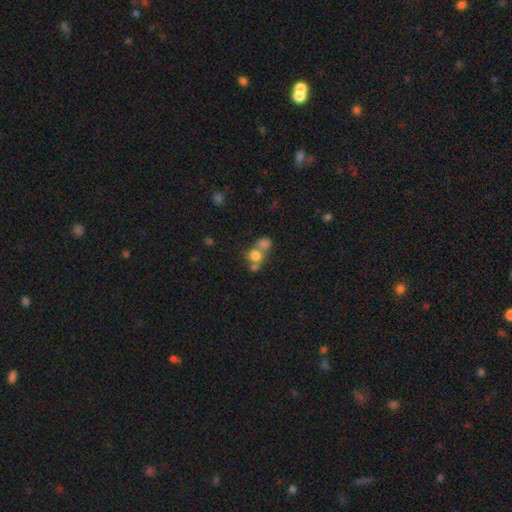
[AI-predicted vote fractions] smooth 72%, featured or disk 15%, star or artifact 13%. Down the decision tree: how rounded — round (75%); merging — merger (56%).